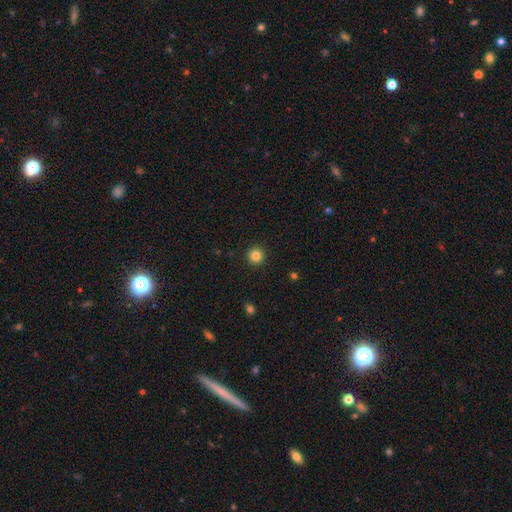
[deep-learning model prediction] smooth-or-featured: smooth: 84% | star or artifact: 11% | featured or disk: 5%
  how-rounded: round: 95% | in between: 4% | cigar-shaped: 1%
  merging: none: 93% | minor disturbance: 5% | major disturbance: 2% | merger: 1%